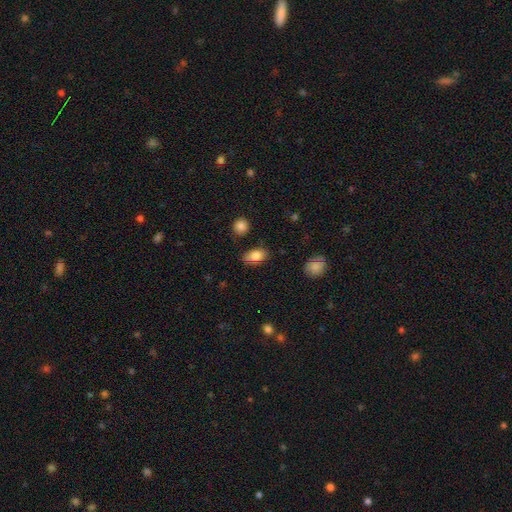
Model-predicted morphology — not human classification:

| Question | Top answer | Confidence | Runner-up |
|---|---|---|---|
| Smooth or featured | smooth | 83% | featured or disk (9%) |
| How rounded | in between | 90% | round (8%) |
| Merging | none | 80% | minor disturbance (15%) |